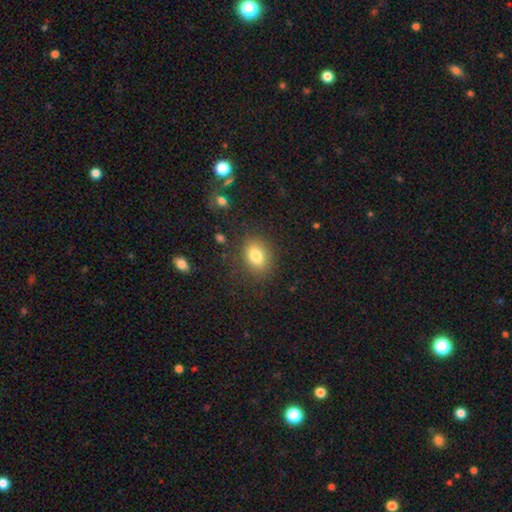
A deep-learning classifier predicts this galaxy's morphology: The model was most divided on "how rounded": in between: 67%, round: 32%, cigar-shaped: 1%. More confident: merging — none (81%); smooth or featured — smooth (80%).